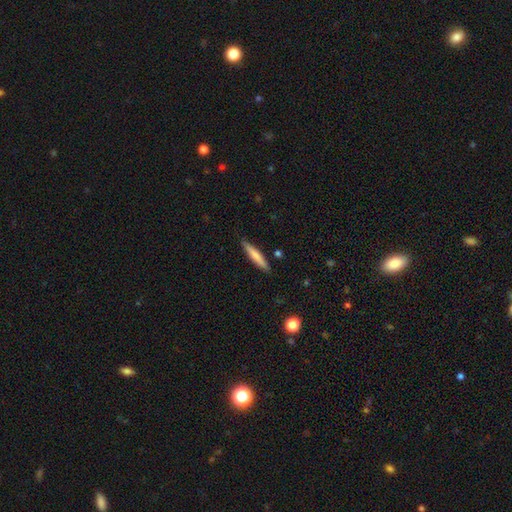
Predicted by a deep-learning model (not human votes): Q: Smooth or featured?
A: smooth (69%); runner-up: featured or disk (26%)
Q: How rounded?
A: cigar-shaped (92%); runner-up: in between (7%)
Q: Merging?
A: none (87%); runner-up: minor disturbance (10%)